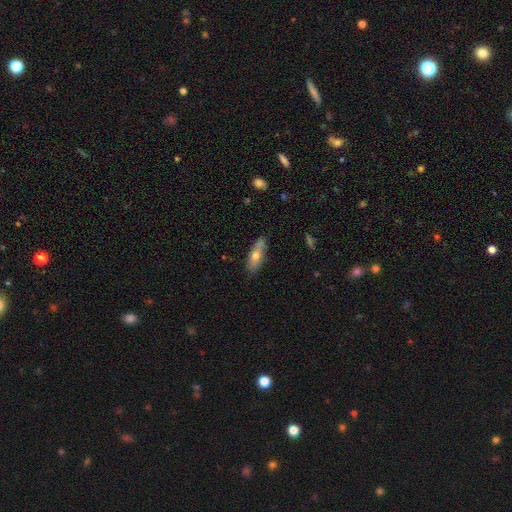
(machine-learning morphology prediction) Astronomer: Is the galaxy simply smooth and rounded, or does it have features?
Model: smooth — 64%.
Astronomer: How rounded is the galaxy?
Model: in between — 59% (runner-up: cigar-shaped, 38%).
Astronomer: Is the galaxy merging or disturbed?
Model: none — 73%.